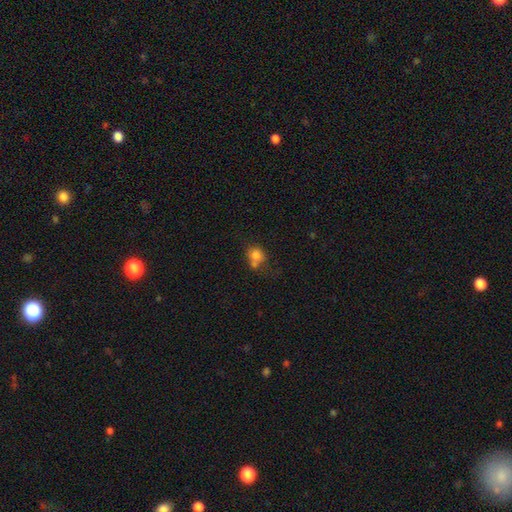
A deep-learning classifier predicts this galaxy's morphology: smooth 78%, star or artifact 12%, featured or disk 10%. Down the decision tree: how rounded — round (74%); merging — none (45%).